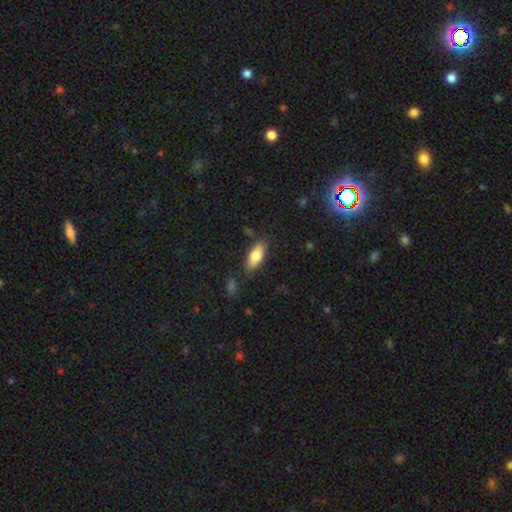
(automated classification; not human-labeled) This is likely a smooth galaxy (77%). How rounded: likely in between (77%). Merging: clearly none (81%).